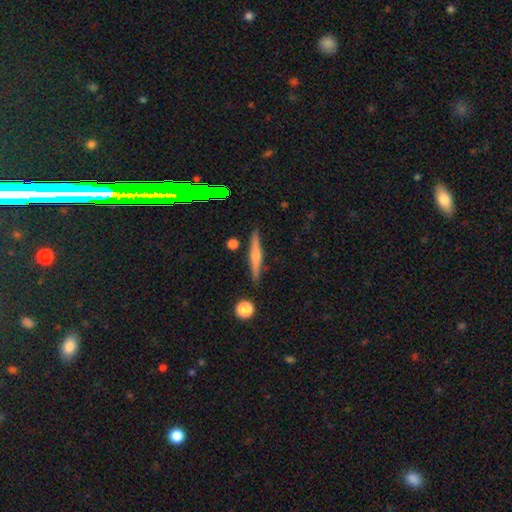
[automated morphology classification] Smooth or featured?
  - featured or disk: 60% *
  - smooth: 31%
  - star or artifact: 9%
Edge-on disk?
  - yes: 97% *
  - no: 3%
Edge-on bulge?
  - rounded: 69% *
  - none: 21%
  - boxy: 10%
Merging?
  - none: 88% *
  - minor disturbance: 8%
  - merger: 2%
  - major disturbance: 2%